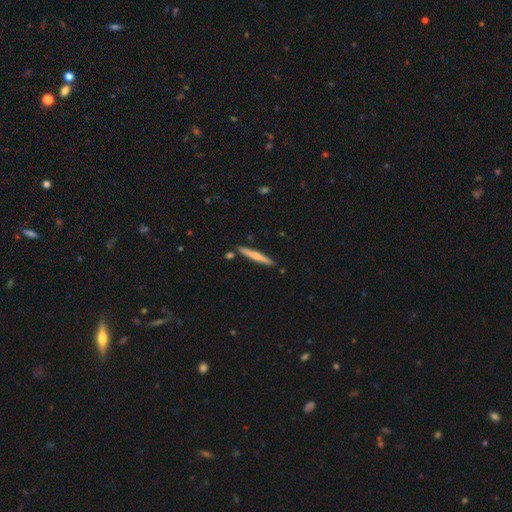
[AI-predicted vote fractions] Overall: smooth (53%; featured or disk 42%). How rounded: cigar-shaped (95%). Merging: none (87%).